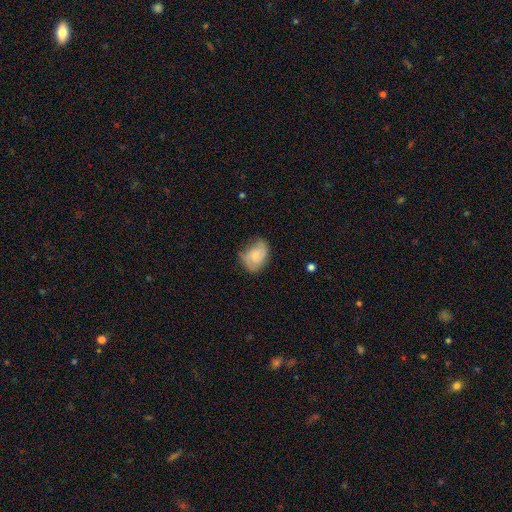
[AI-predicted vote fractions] Q: Smooth or featured?
A: smooth (68%); runner-up: featured or disk (24%)
Q: How rounded?
A: in between (74%); runner-up: round (25%)
Q: Merging?
A: none (50%); runner-up: minor disturbance (36%)